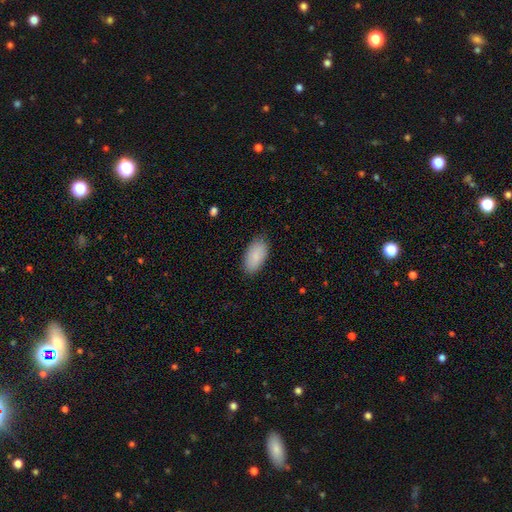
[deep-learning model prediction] Smooth or featured?
  - smooth: 87% *
  - featured or disk: 7%
  - star or artifact: 6%
How rounded?
  - in between: 95% *
  - cigar-shaped: 3%
  - round: 3%
Merging?
  - none: 84% *
  - minor disturbance: 13%
  - major disturbance: 3%
  - merger: 1%